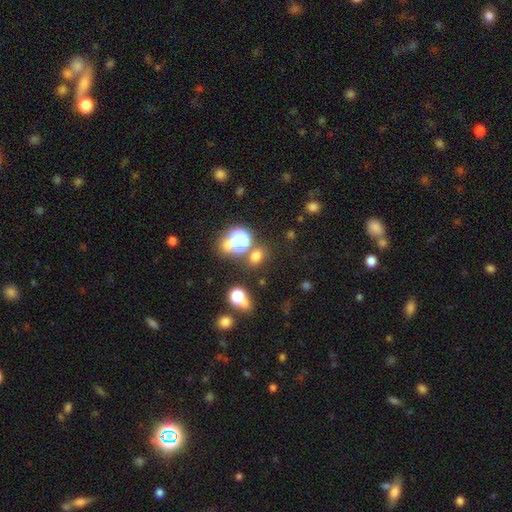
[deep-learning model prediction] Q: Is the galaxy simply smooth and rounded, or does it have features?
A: smooth — 63%.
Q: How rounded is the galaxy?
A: round — 58%.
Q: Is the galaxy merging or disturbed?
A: none — 73%.